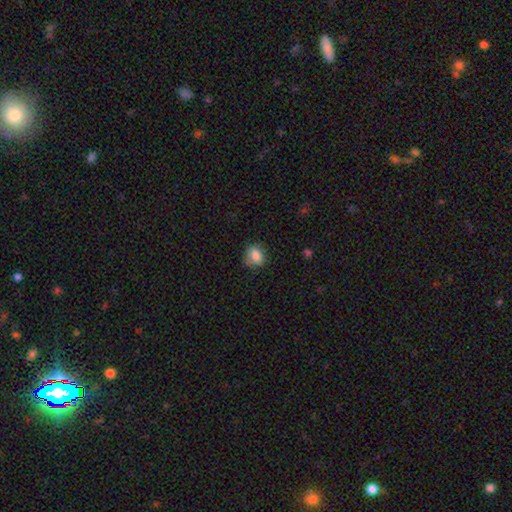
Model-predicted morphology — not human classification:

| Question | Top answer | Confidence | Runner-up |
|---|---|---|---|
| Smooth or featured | smooth | 82% | featured or disk (10%) |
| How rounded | in between | 50% | round (49%) |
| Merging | none | 76% | minor disturbance (19%) |